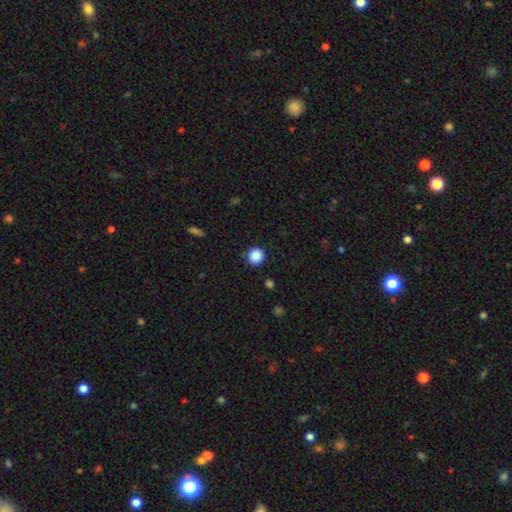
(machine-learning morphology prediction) A smooth galaxy with no disk features (87%) that is round (94%).

Vote fractions:
- Smooth or featured? smooth: 87% / star or artifact: 10% / featured or disk: 3%
- How rounded? round: 94% / in between: 5% / cigar-shaped: 1%
- Merging? none: 88% / minor disturbance: 8% / major disturbance: 2% / merger: 1%